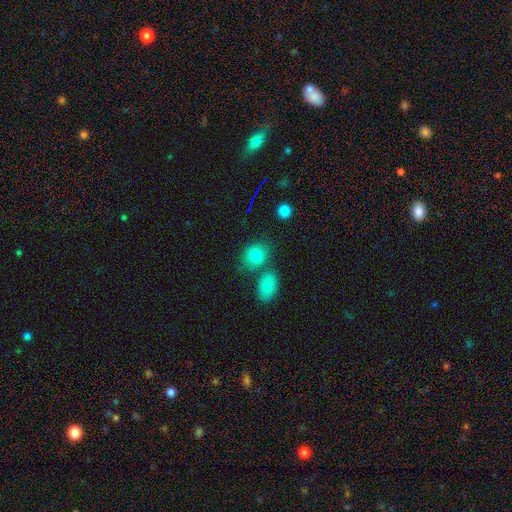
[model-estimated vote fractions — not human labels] Smooth or featured: smooth — 81% (star or artifact — 11%)
How rounded: round — 58% (in between — 40%)
Merging: none — 64% (merger — 19%)